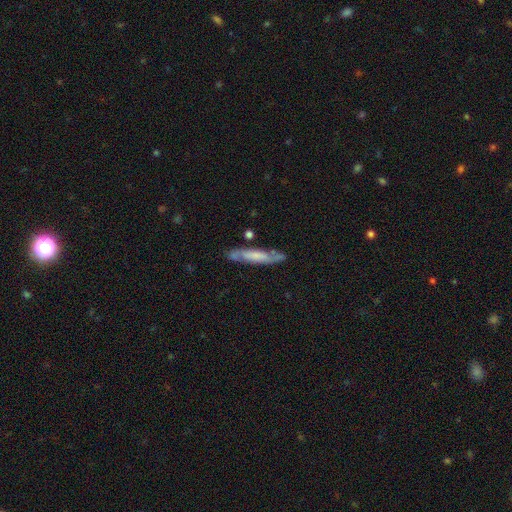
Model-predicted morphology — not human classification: A featured or disk galaxy (56%) viewed edge-on (55%).

Vote fractions:
- Smooth or featured? featured or disk: 56% / smooth: 38% / star or artifact: 6%
- Edge-on disk? yes: 55% / no: 45%
- Merging? none: 75% / minor disturbance: 17% / major disturbance: 4% / merger: 4%